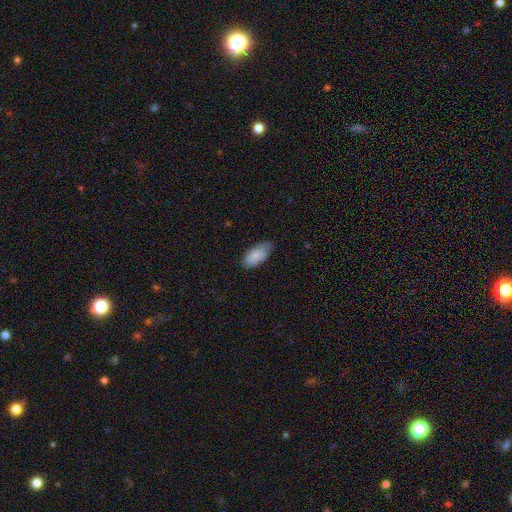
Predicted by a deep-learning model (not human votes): This appears to be a smooth galaxy with no disk features (86%) that is in between round and cigar-shaped (92%). Merging: none (64%).